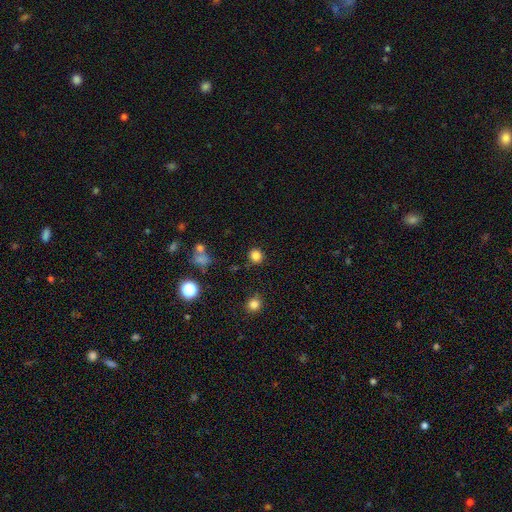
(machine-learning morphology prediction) This appears to be a smooth galaxy with no disk features (83%) that is round (89%). Merging: none (87%).